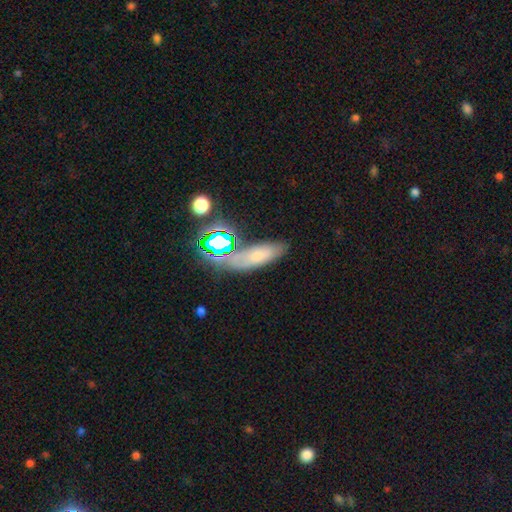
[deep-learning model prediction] Smooth or featured: smooth — 56% (star or artifact — 27%)
How rounded: in between — 56% (cigar-shaped — 34%)
Merging: none — 72% (minor disturbance — 14%)